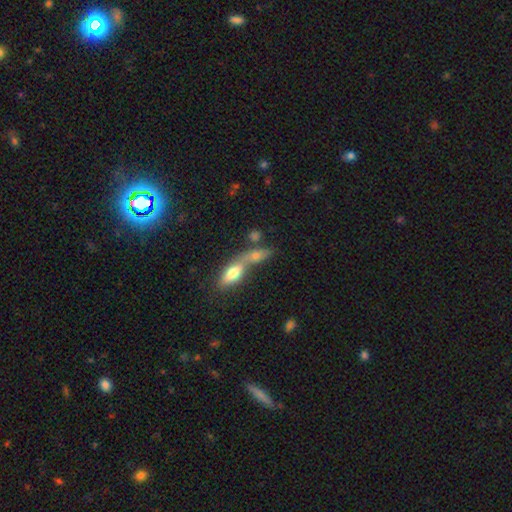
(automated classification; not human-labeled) Smooth or featured? Predicted: smooth (p=0.67). How rounded? Predicted: in between (p=0.62). Merging? Predicted: merger (p=0.57).